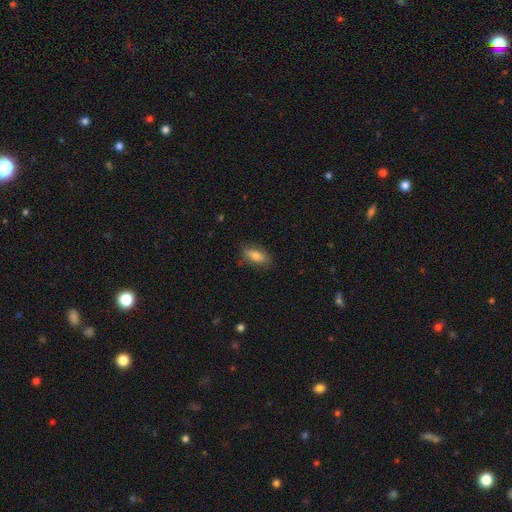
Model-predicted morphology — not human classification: The model was most divided on "smooth or featured": smooth: 78%, featured or disk: 14%, star or artifact: 7%. More confident: how rounded — in between (83%); merging — none (80%).